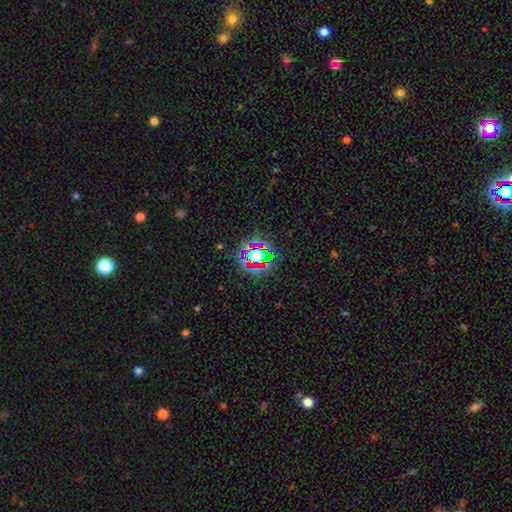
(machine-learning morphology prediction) Q: Smooth or featured?
A: star or artifact (66%); runner-up: smooth (22%)